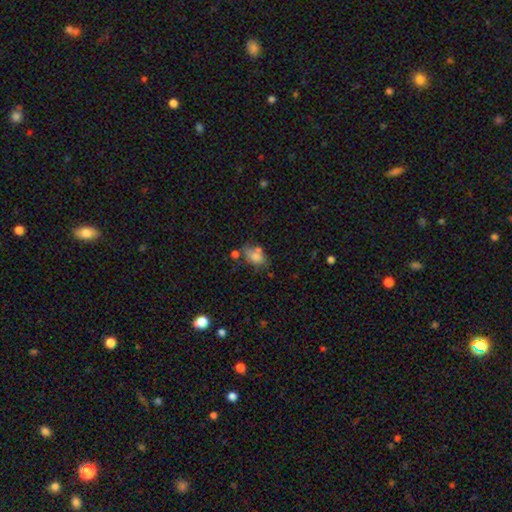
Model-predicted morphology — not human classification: This is likely a smooth galaxy (74%). How rounded: clearly in between (81%). Merging: possibly none (48%).